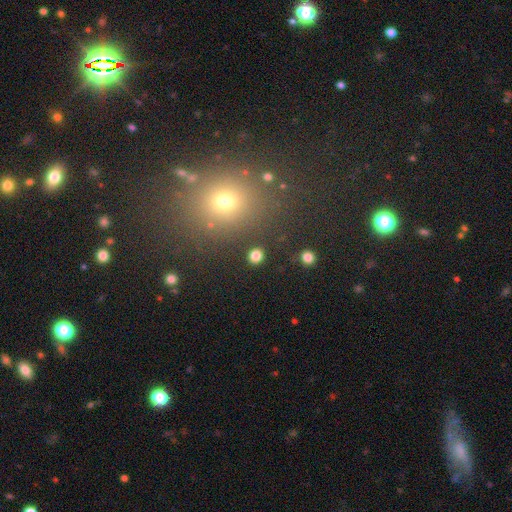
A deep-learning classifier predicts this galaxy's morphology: Smooth or featured: smooth — 82% (star or artifact — 14%)
How rounded: round — 84% (in between — 15%)
Merging: none — 90% (minor disturbance — 5%)